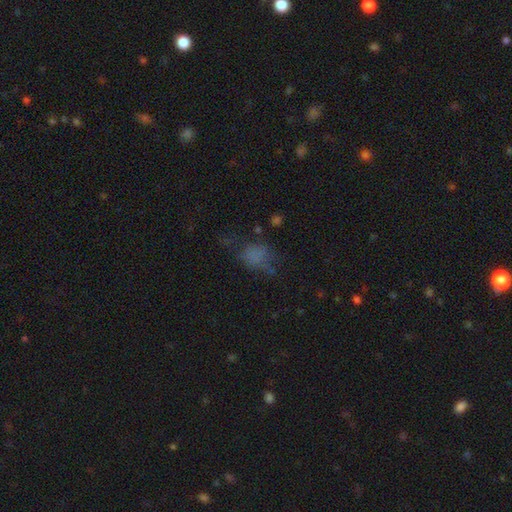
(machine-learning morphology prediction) type=smooth (61%); roundness=in between (62%); merging=none (41%).